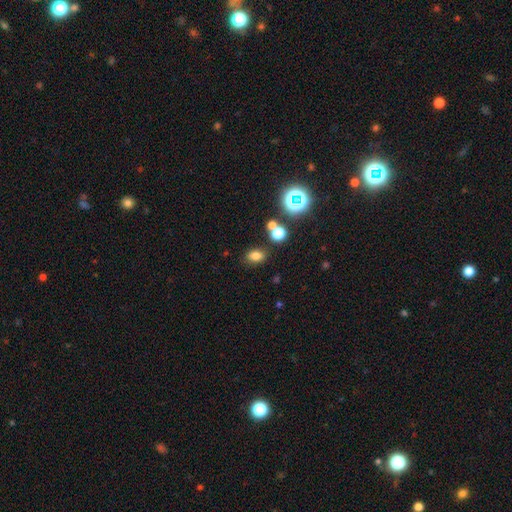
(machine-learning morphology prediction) smooth_or_featured: smooth (p=0.75) [alt: star or artifact p=0.18]
how_rounded: in between (p=0.75) [alt: round p=0.24]
merging: none (p=0.78) [alt: minor disturbance p=0.10]